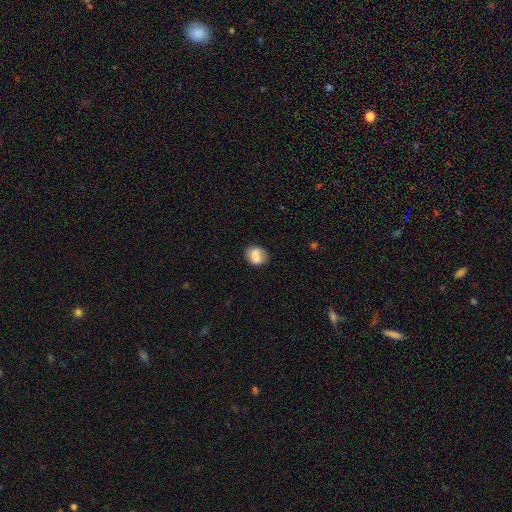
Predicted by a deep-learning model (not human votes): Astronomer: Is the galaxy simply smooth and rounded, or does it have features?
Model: smooth — 77%.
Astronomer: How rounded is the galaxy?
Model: round — 52% (runner-up: in between, 47%).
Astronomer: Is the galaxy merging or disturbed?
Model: none — 71%.